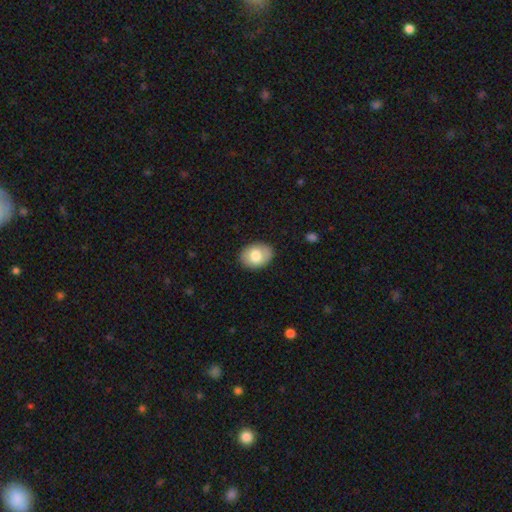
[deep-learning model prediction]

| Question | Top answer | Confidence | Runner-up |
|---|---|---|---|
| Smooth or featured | smooth | 77% | featured or disk (16%) |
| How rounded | in between | 72% | round (27%) |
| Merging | none | 86% | minor disturbance (11%) |